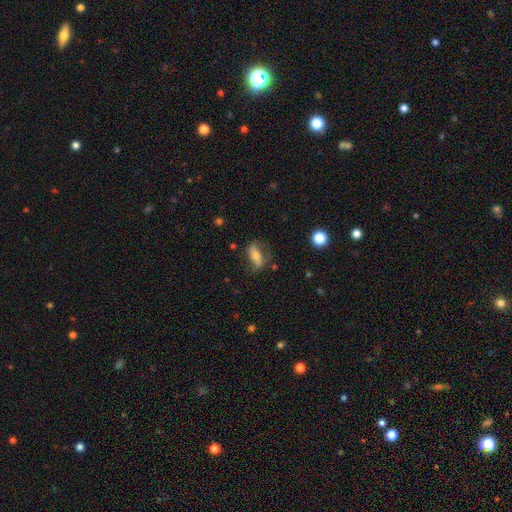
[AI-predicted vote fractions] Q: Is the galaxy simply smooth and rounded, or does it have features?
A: smooth — 54%.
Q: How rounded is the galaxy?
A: in between — 72%.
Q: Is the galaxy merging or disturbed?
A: none — 60%.